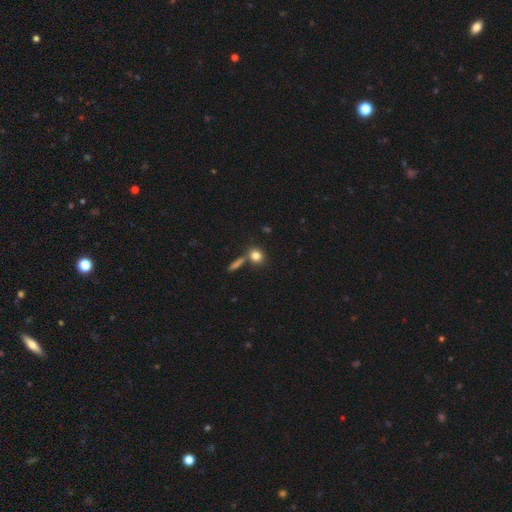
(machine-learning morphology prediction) Smooth or featured? Predicted: smooth (p=0.81). How rounded? Predicted: round (p=0.68). Merging? Predicted: none (p=0.66).